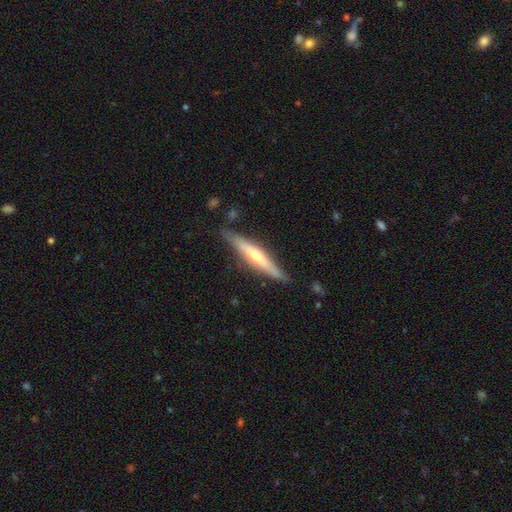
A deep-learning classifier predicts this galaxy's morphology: featured or disk 62%, smooth 33%, star or artifact 6%. Down the decision tree: edge-on disk — yes (94%); edge-on bulge — rounded (75%); merging — none (84%).